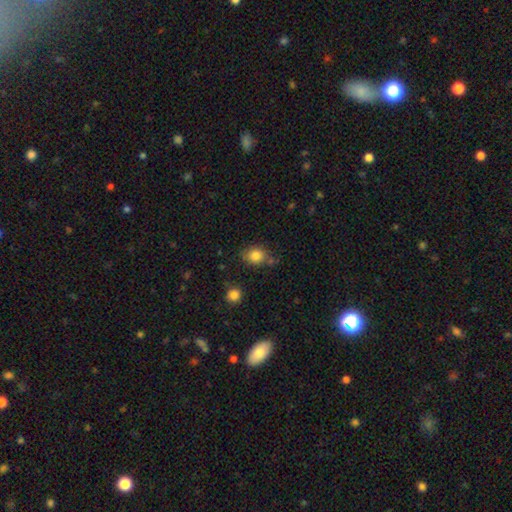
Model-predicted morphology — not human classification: type=smooth (83%); roundness=round (56%); merging=none (69%).